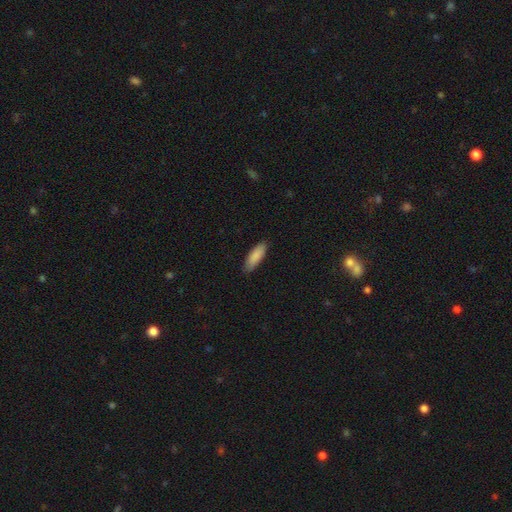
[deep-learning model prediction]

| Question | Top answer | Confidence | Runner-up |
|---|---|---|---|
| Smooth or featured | smooth | 89% | featured or disk (6%) |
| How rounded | in between | 58% | cigar-shaped (40%) |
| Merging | none | 87% | minor disturbance (11%) |